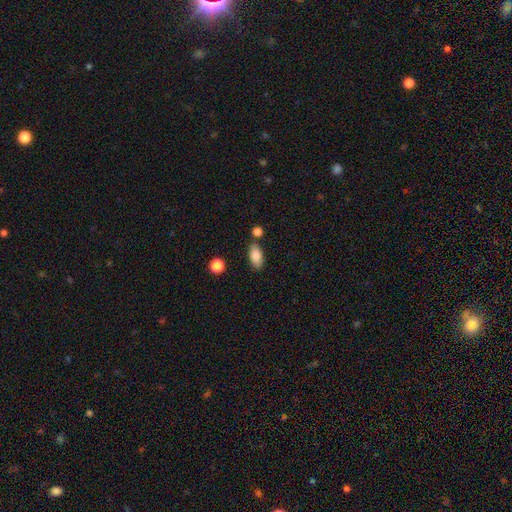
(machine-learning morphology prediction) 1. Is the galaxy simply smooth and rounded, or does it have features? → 85% smooth, 8% featured or disk, 7% star or artifact.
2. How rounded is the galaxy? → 89% in between, 7% cigar-shaped, 4% round.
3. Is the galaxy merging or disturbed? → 74% none, 13% minor disturbance, 10% merger, 3% major disturbance.